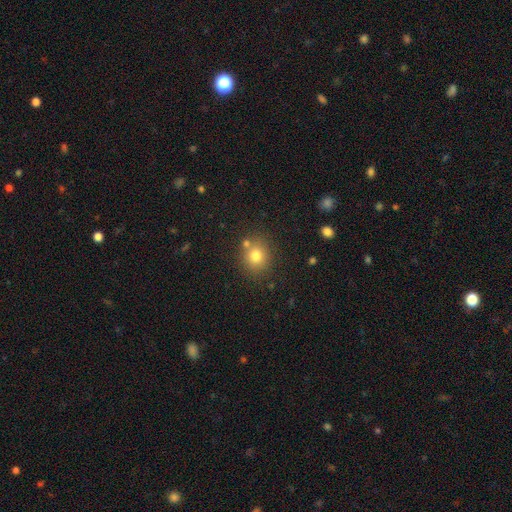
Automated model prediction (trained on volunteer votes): Smooth or featured?
  - smooth: 77% *
  - star or artifact: 14%
  - featured or disk: 9%
How rounded?
  - round: 81% *
  - in between: 18%
  - cigar-shaped: 1%
Merging?
  - none: 74% *
  - merger: 12%
  - minor disturbance: 10%
  - major disturbance: 3%